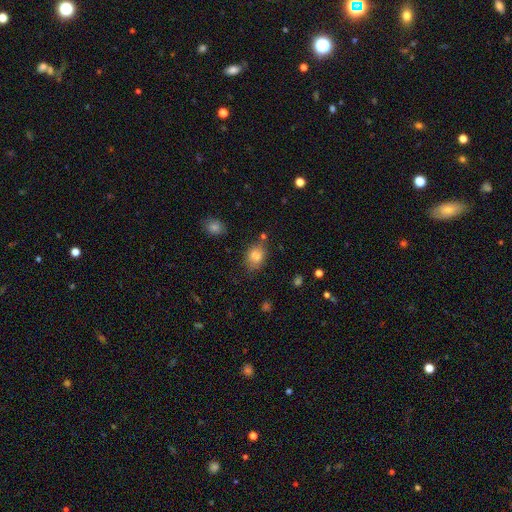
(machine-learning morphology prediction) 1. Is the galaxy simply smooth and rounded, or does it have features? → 80% smooth, 10% star or artifact, 9% featured or disk.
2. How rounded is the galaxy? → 68% in between, 31% round, 1% cigar-shaped.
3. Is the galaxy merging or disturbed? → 65% none, 21% minor disturbance, 7% merger, 6% major disturbance.